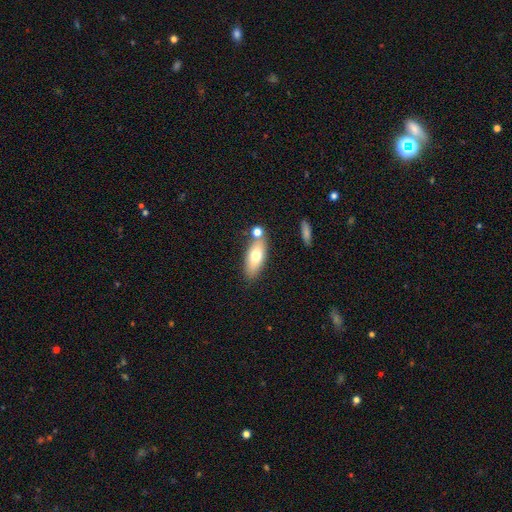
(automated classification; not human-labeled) smooth 70%, featured or disk 23%, star or artifact 7%. Down the decision tree: how rounded — in between (75%); merging — none (65%).